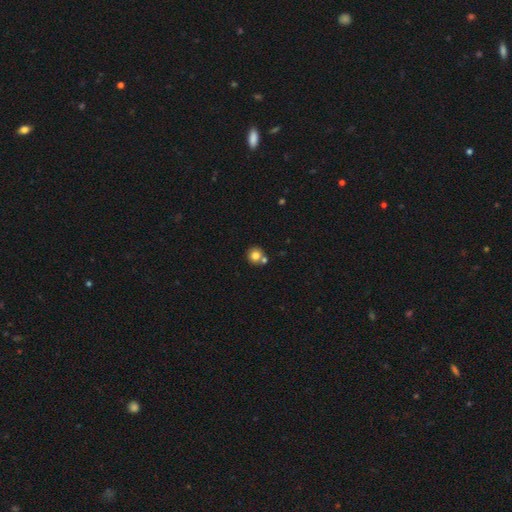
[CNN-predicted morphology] This appears to be a smooth galaxy with no disk features (79%) that is round (91%). Merging: none (64%).